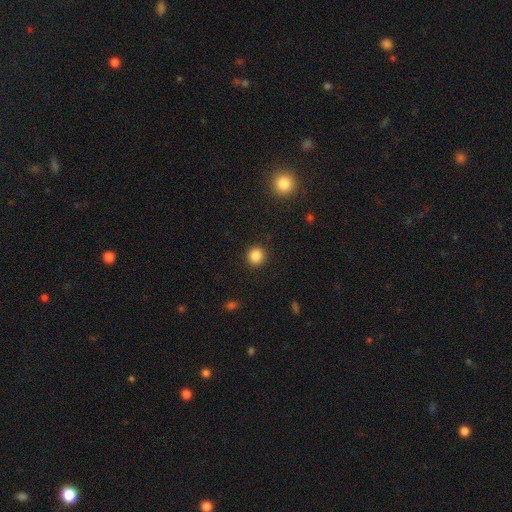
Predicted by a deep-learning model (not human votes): Smooth or featured? smooth (85%)
How rounded? round (93%)
Merging? none (91%)